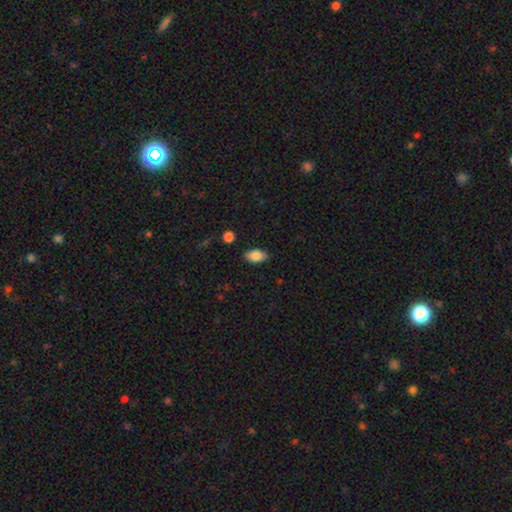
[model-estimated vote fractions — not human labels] Smooth or featured: smooth — 84% (featured or disk — 8%)
How rounded: in between — 92% (round — 5%)
Merging: none — 87% (minor disturbance — 9%)